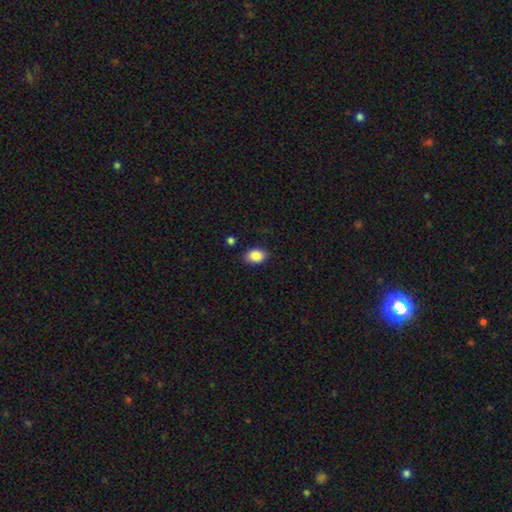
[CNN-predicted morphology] A smooth galaxy with no disk features (88%) that is in between round and cigar-shaped (79%). Merging: none (86%).